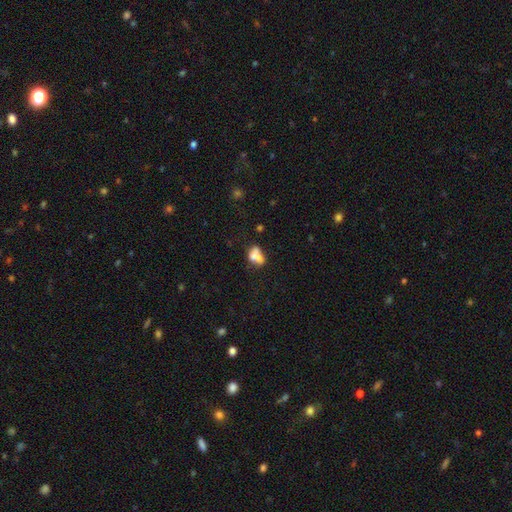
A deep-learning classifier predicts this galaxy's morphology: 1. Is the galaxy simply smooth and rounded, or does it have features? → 66% smooth, 23% featured or disk, 11% star or artifact.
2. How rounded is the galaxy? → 73% in between, 24% round, 4% cigar-shaped.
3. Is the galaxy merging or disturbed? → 46% merger, 26% none, 16% minor disturbance, 11% major disturbance.